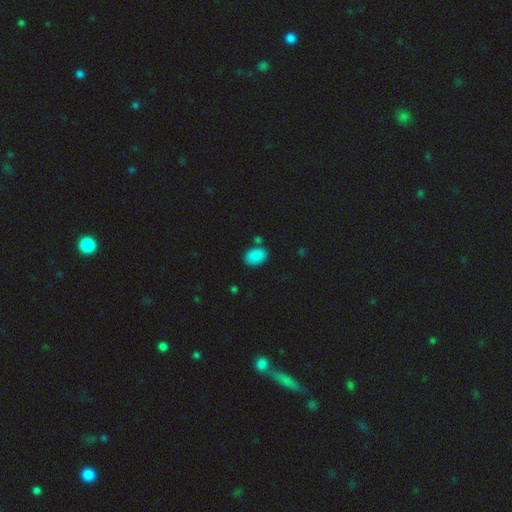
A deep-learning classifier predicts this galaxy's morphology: The model was most divided on "merging": none: 76%, minor disturbance: 14%, merger: 7%, major disturbance: 4%. More confident: how rounded — in between (87%); smooth or featured — smooth (87%).